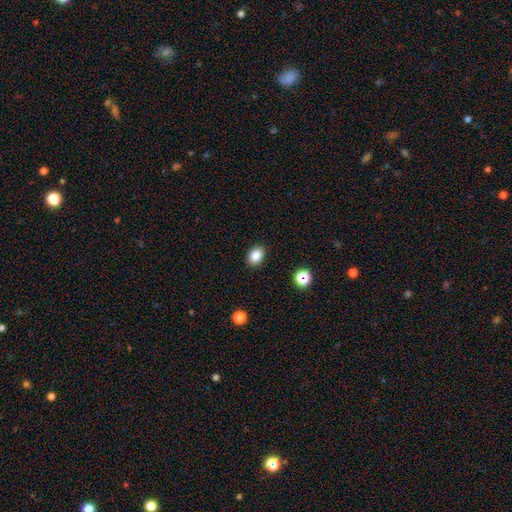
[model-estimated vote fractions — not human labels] smooth_or_featured: smooth (p=0.84) [alt: star or artifact p=0.11]
how_rounded: in between (p=0.66) [alt: round p=0.33]
merging: none (p=0.89) [alt: minor disturbance p=0.08]